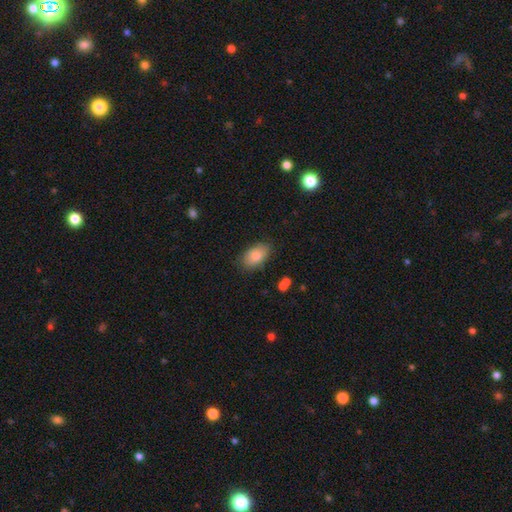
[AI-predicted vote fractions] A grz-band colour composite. It shows a smooth galaxy with no disk features (85%) that is in between round and cigar-shaped (93%). Merging: none (79%).